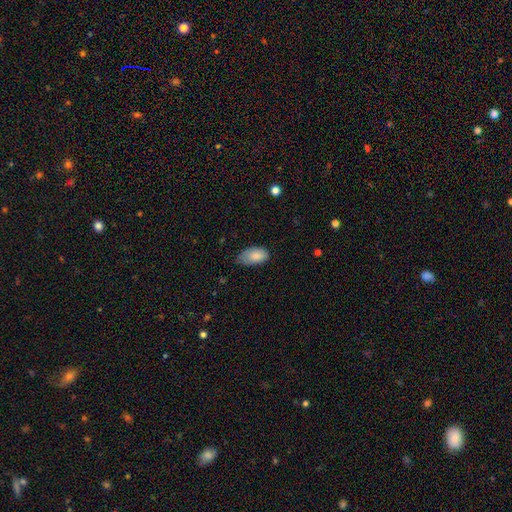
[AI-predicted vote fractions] smooth_or_featured: smooth (p=0.85) [alt: featured or disk p=0.09]
how_rounded: in between (p=0.95) [alt: round p=0.03]
merging: none (p=0.60) [alt: minor disturbance p=0.33]